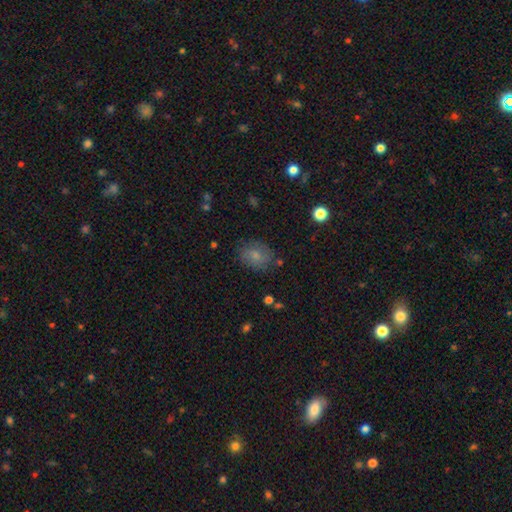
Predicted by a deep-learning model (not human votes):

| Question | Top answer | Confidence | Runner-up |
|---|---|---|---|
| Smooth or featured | smooth | 70% | featured or disk (20%) |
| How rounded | in between | 52% | round (47%) |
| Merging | none | 75% | minor disturbance (17%) |